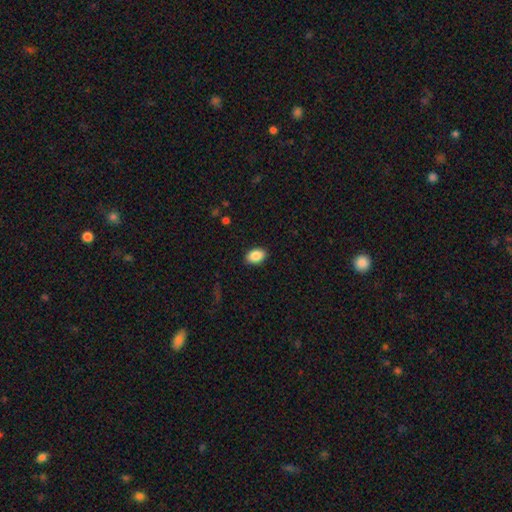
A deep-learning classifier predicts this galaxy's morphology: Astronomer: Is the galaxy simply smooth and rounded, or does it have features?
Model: smooth — 89%.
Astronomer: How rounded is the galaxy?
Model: in between — 86%.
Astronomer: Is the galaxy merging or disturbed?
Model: none — 89%.